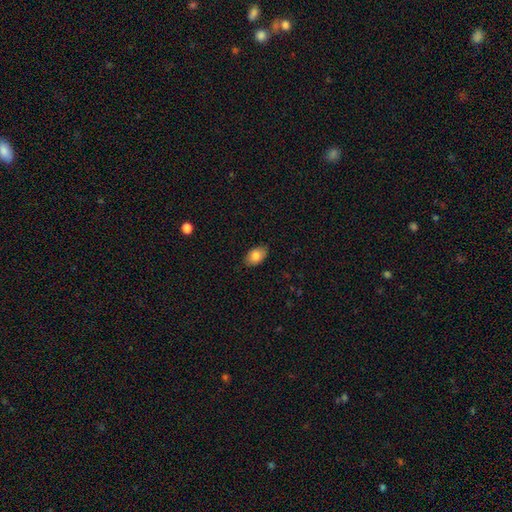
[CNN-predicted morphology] smooth-or-featured: smooth: 83% | featured or disk: 9% | star or artifact: 7%
  how-rounded: in between: 90% | round: 8% | cigar-shaped: 1%
  merging: none: 83% | minor disturbance: 14% | major disturbance: 2% | merger: 1%